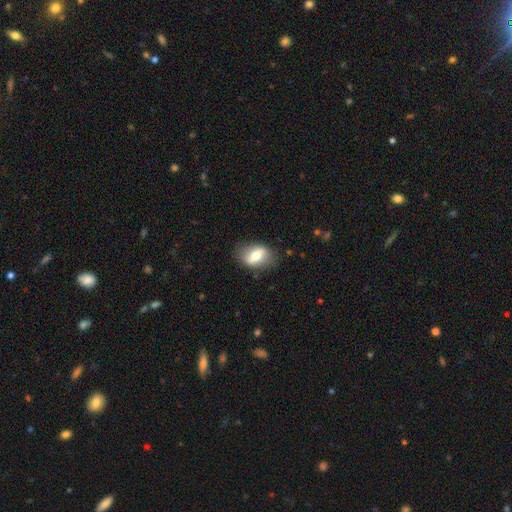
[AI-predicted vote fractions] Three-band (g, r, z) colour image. It shows a smooth galaxy with no disk features (55%) that is in between round and cigar-shaped (81%). Merging: none (79%).